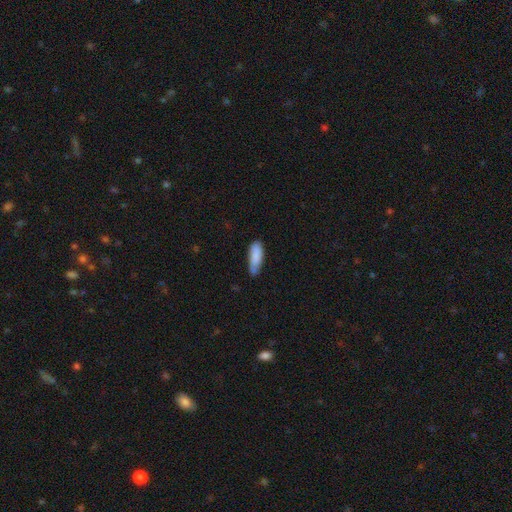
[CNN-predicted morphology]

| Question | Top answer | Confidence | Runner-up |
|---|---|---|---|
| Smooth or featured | smooth | 85% | featured or disk (9%) |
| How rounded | in between | 61% | cigar-shaped (37%) |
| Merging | none | 60% | minor disturbance (31%) |